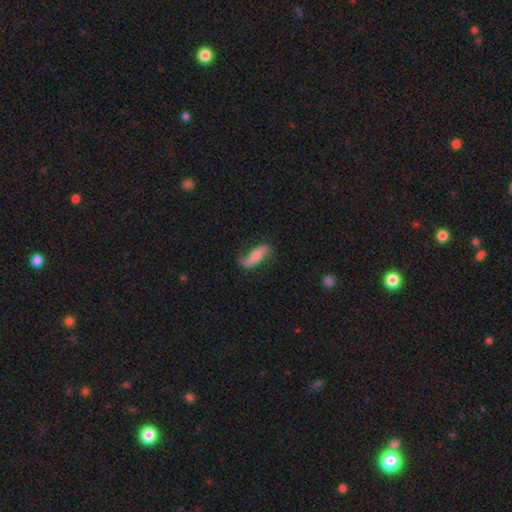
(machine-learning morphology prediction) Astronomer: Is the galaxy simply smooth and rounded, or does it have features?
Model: featured or disk — 61%.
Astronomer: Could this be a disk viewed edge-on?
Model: no — 81%.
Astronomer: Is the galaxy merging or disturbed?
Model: none — 68%.